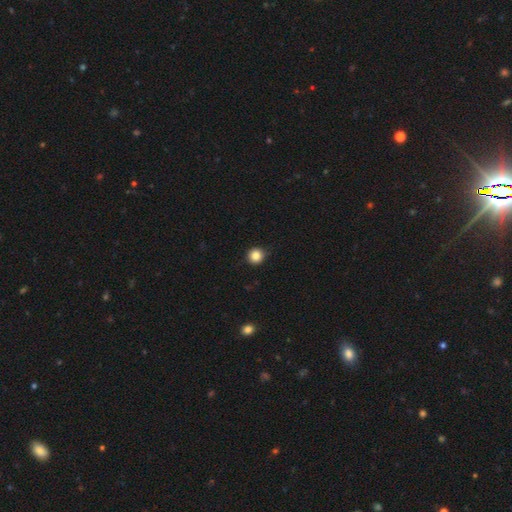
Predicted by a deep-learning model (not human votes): The model was most divided on "smooth or featured": smooth: 85%, star or artifact: 11%, featured or disk: 5%. More confident: how rounded — round (93%); merging — none (89%).